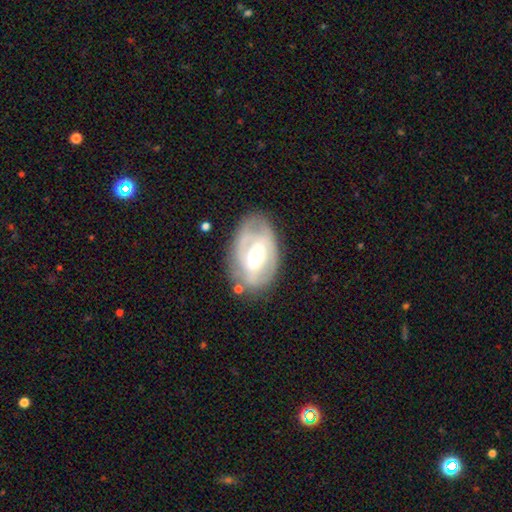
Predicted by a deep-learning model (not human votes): Overall: featured or disk (72%). Edge-on disk: no (94%). Bar: weak (41%; strong 37%). Spiral arms: yes (64%; no 36%). Bulge size: moderate (66%). Merging: none (71%).